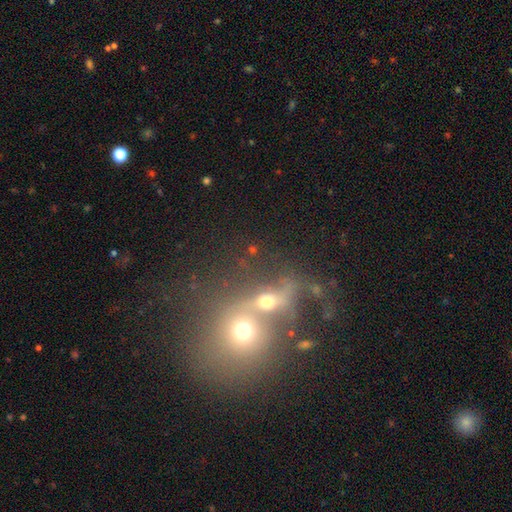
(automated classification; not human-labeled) The model was most divided on "smooth or featured": smooth: 47%, star or artifact: 28%, featured or disk: 25%. More confident: merging — merger (61%).